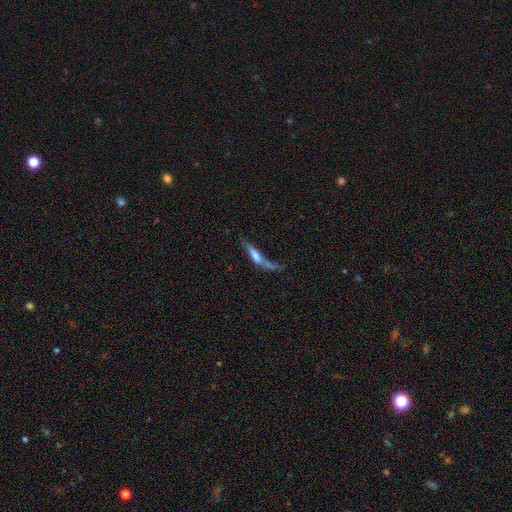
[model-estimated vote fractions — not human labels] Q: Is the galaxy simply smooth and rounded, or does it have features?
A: smooth — 48%.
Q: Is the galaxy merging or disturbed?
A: none — 35%.